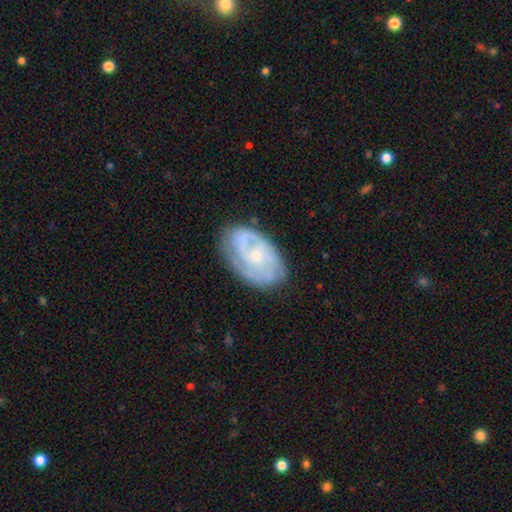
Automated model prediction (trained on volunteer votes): Smooth or featured? Predicted: featured or disk (p=0.77). Edge-on disk? Predicted: no (p=0.96). Bar? Predicted: no (p=0.71). Spiral arms? Predicted: yes (p=0.90). Spiral winding? Predicted: tight (p=0.52). Spiral arm count? Predicted: can't tell (p=0.34). Bulge size? Predicted: small (p=0.68). Merging? Predicted: none (p=0.73).